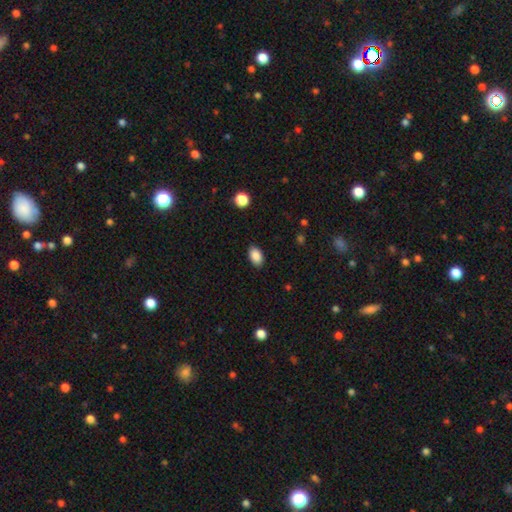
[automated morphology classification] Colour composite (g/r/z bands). It shows a smooth galaxy with no disk features (88%) that is in between round and cigar-shaped (89%). Merging: none (88%).